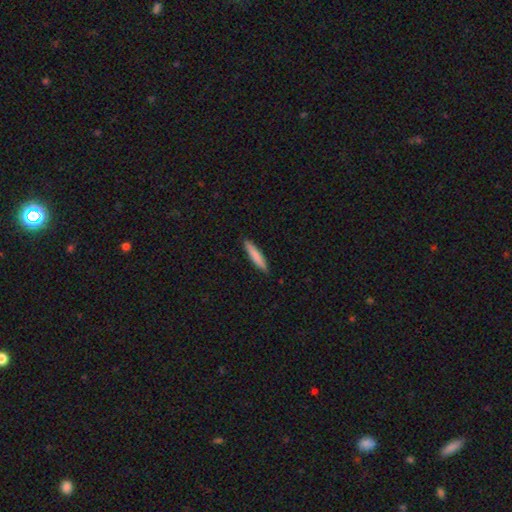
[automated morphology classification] A smooth galaxy with no disk features (81%) that is cigar-shaped (91%).

Vote fractions:
- Smooth or featured? smooth: 81% / featured or disk: 13% / star or artifact: 5%
- How rounded? cigar-shaped: 91% / in between: 8% / round: 1%
- Merging? none: 90% / minor disturbance: 7% / major disturbance: 1% / merger: 1%